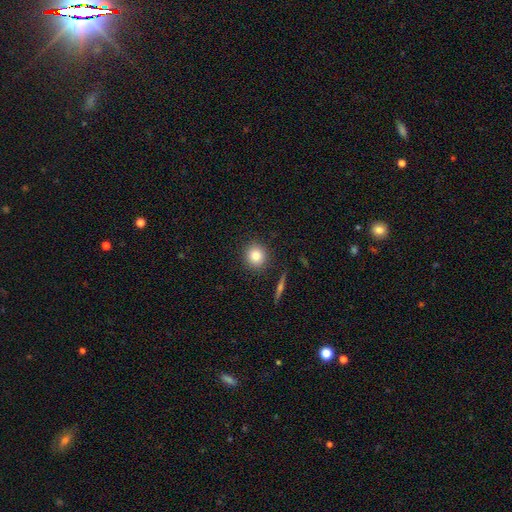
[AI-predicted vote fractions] Smooth or featured? Predicted: smooth (p=0.82). How rounded? Predicted: round (p=0.87). Merging? Predicted: none (p=0.89).